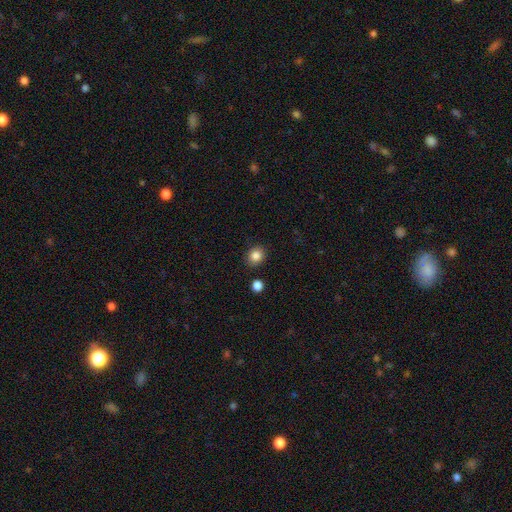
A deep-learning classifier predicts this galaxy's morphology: Smooth or featured? Predicted: smooth (p=0.85). How rounded? Predicted: round (p=0.73). Merging? Predicted: none (p=0.87).